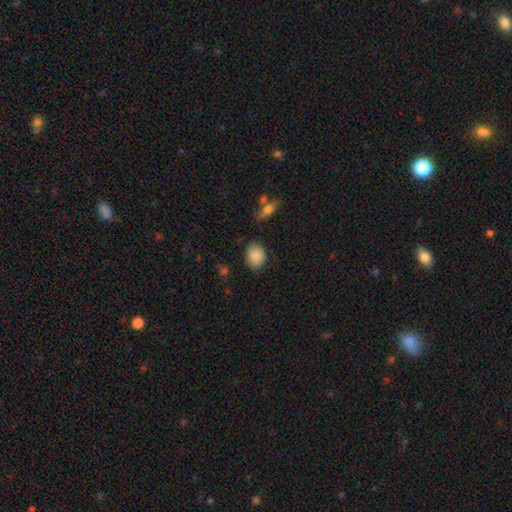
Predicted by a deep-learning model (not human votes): Smooth or featured? Predicted: smooth (p=0.86). How rounded? Predicted: in between (p=0.60). Merging? Predicted: none (p=0.73).